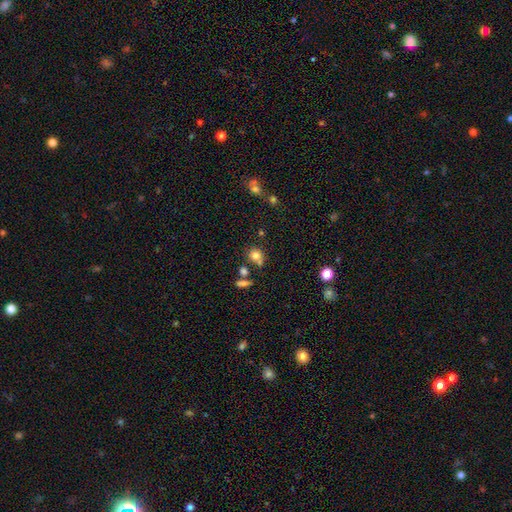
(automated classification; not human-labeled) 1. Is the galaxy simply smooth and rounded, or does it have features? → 76% smooth, 14% star or artifact, 10% featured or disk.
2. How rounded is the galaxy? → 84% round, 15% in between, 1% cigar-shaped.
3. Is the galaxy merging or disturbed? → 60% none, 25% merger, 11% minor disturbance, 4% major disturbance.